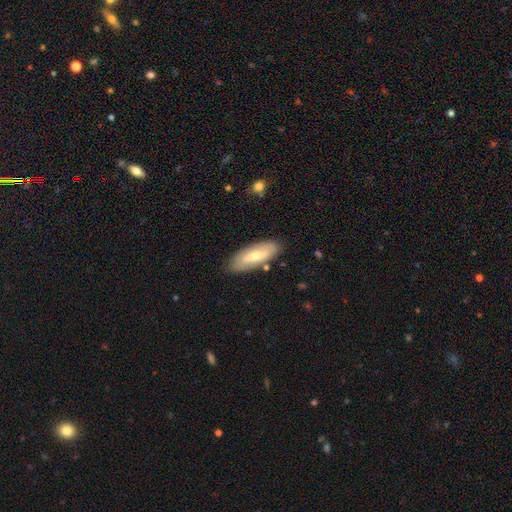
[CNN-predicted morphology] Smooth or featured? smooth (55%)
How rounded? in between (71%)
Merging? none (83%)